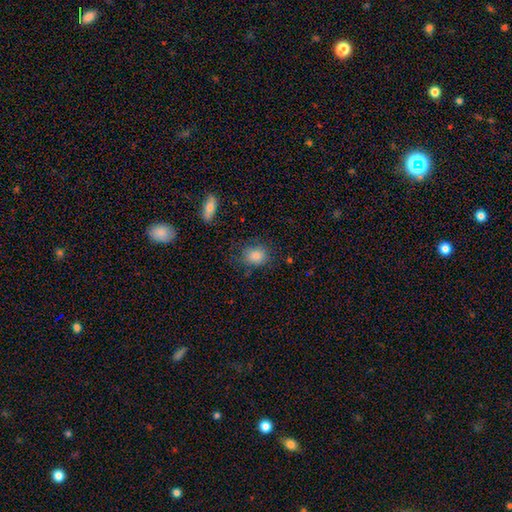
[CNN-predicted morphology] This appears to be a smooth galaxy with no disk features (83%) that is round (50%). Merging: none (73%).